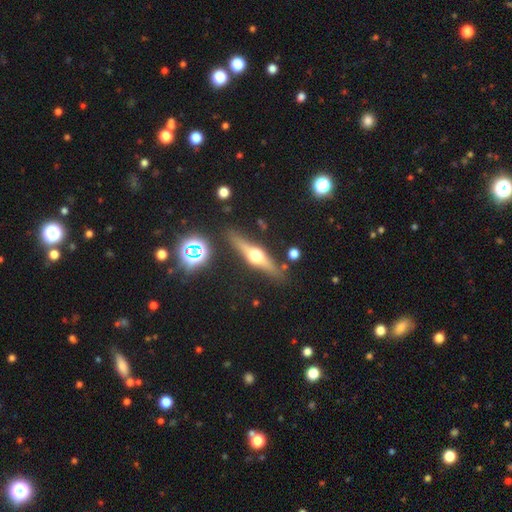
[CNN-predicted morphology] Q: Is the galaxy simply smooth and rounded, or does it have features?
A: featured or disk — 71%.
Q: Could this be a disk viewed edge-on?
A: yes — 96%.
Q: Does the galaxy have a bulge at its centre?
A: rounded — 95%.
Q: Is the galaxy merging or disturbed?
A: none — 83%.